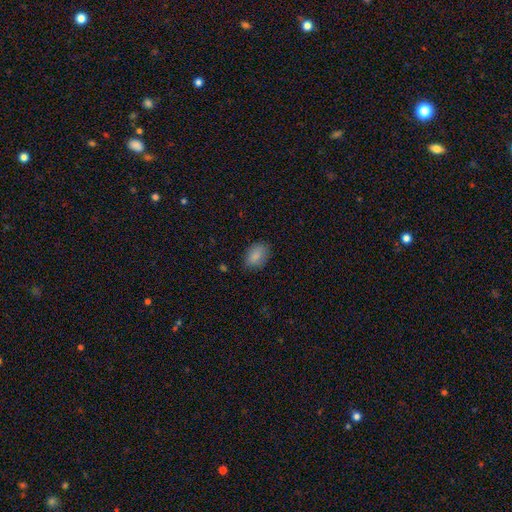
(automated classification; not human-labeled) Smooth or featured: smooth — 86% (star or artifact — 8%)
How rounded: in between — 83% (round — 16%)
Merging: none — 78% (minor disturbance — 17%)